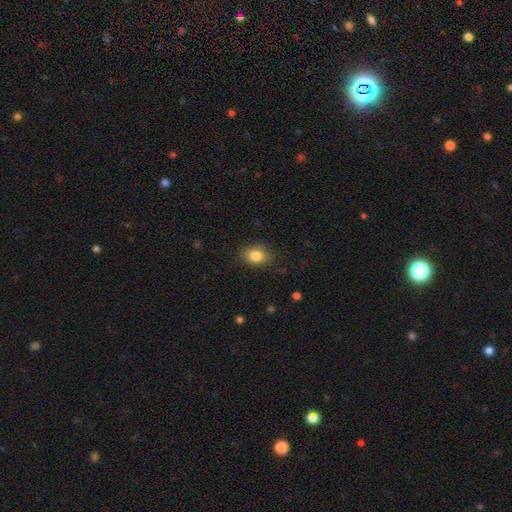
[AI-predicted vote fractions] Q: Smooth or featured?
A: smooth (84%); runner-up: star or artifact (9%)
Q: How rounded?
A: in between (74%); runner-up: round (25%)
Q: Merging?
A: none (83%); runner-up: minor disturbance (13%)